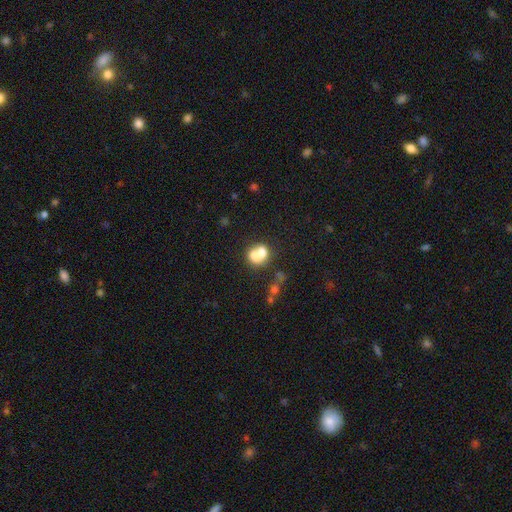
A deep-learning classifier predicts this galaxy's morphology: This appears to be a smooth galaxy with no disk features (65%) that is round (69%). Merging: merger (64%).